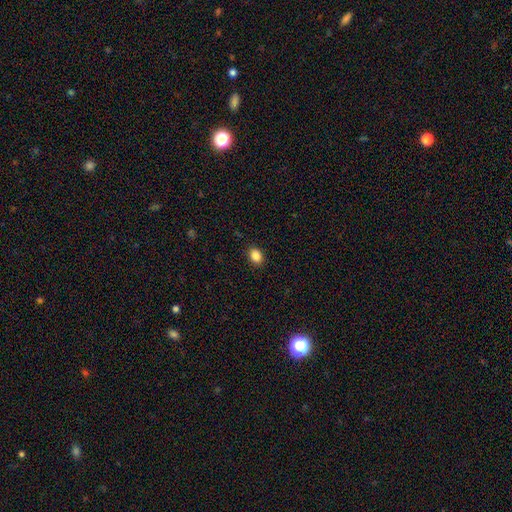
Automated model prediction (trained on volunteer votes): smooth_or_featured: smooth (p=0.87) [alt: star or artifact p=0.10]
how_rounded: in between (p=0.63) [alt: round p=0.36]
merging: none (p=0.89) [alt: minor disturbance p=0.08]